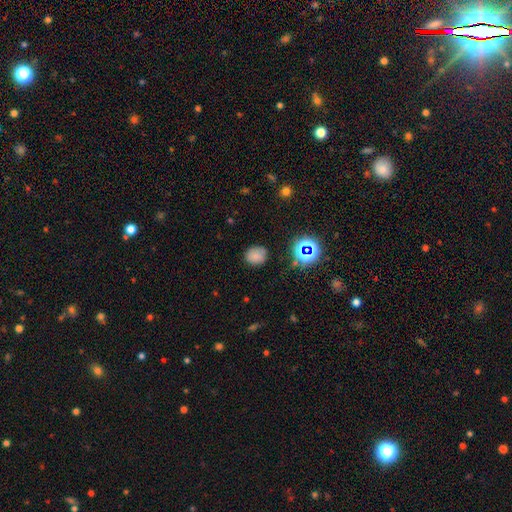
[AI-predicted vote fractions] smooth-or-featured: smooth: 73% | star or artifact: 20% | featured or disk: 8%
  how-rounded: round: 63% | in between: 36% | cigar-shaped: 1%
  merging: none: 78% | minor disturbance: 16% | major disturbance: 4% | merger: 2%